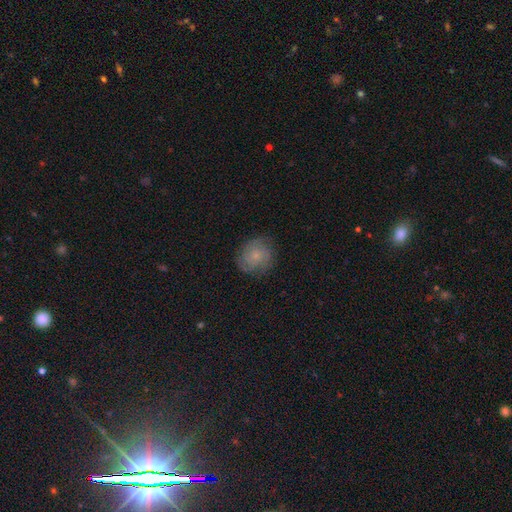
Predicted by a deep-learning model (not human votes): Smooth or featured: smooth — 53% (featured or disk — 39%)
How rounded: round — 82% (in between — 17%)
Merging: none — 77% (minor disturbance — 17%)